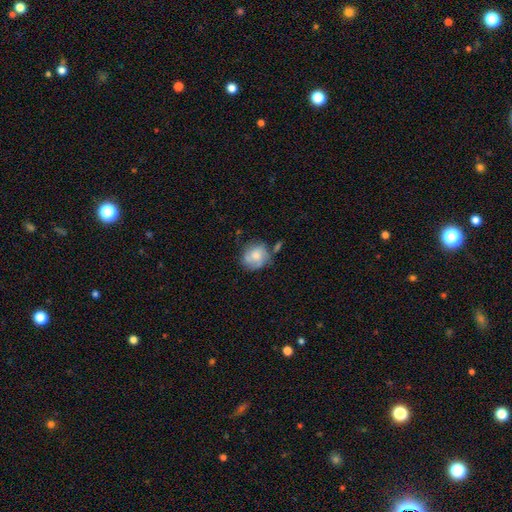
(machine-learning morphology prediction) A smooth galaxy with no disk features (47%). Merging: none (56%).